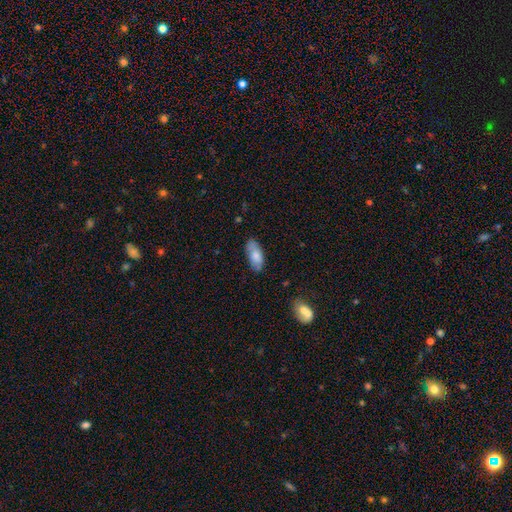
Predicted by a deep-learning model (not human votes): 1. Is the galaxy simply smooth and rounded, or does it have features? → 76% smooth, 17% featured or disk, 7% star or artifact.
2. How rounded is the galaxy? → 86% in between, 12% cigar-shaped, 2% round.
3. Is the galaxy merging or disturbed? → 72% none, 21% minor disturbance, 4% major disturbance, 3% merger.